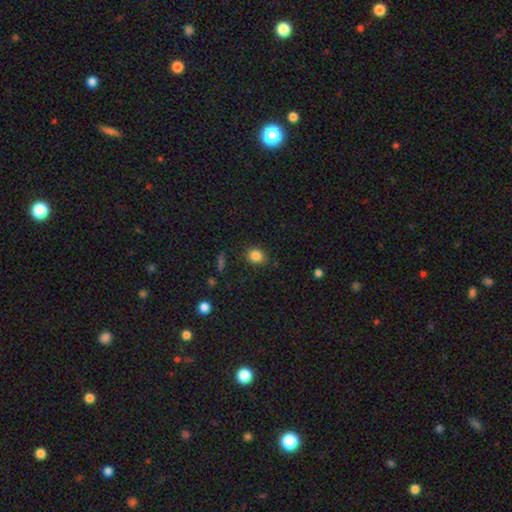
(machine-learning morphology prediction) Overall: smooth (84%). How rounded: round (63%; in between 36%). Merging: none (86%).